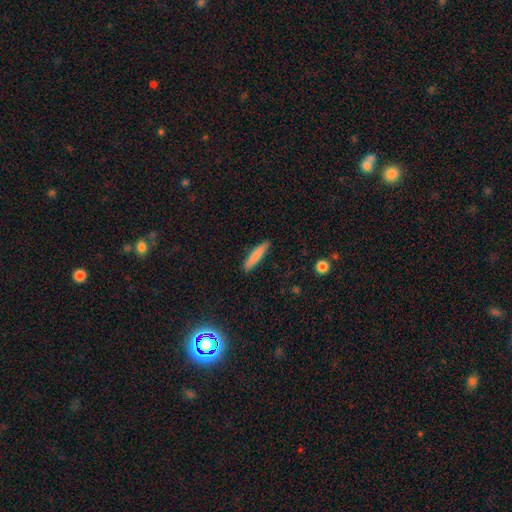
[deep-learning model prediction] Overall: smooth (82%). How rounded: cigar-shaped (89%). Merging: none (89%).